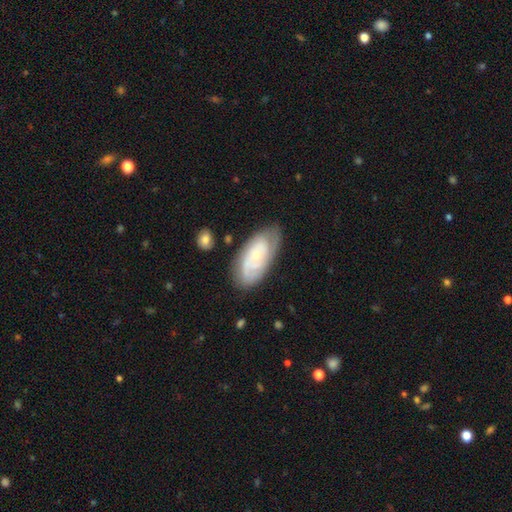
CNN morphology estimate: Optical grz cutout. It shows a featured or disk galaxy (69%) with no bar (72%), tight (61%) spiral arms (88%) and a small central bulge (68%). Merging: none (74%).